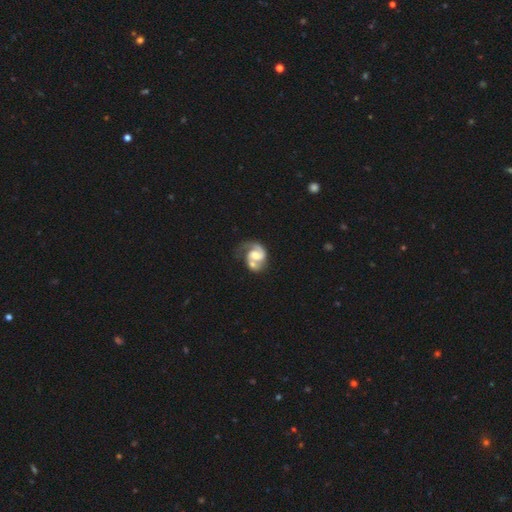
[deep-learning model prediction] This is clearly a featured or disk galaxy (84%). It is clearly not viewed edge-on (98%). Bar: marginally no (43%). Spiral arm pattern: clearly yes (95%). Spiral arm count: likely 2 (72%). Spiral winding: possibly medium (52%). Central bulge: marginally moderate (41%). Merging: marginally none (36%).